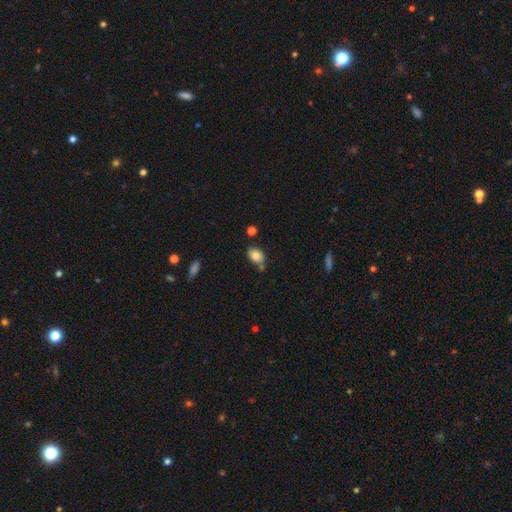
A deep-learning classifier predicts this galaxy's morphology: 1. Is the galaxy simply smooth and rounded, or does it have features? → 79% smooth, 12% featured or disk, 9% star or artifact.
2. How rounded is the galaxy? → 78% in between, 20% round, 1% cigar-shaped.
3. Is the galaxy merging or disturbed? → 68% none, 17% minor disturbance, 12% merger, 4% major disturbance.